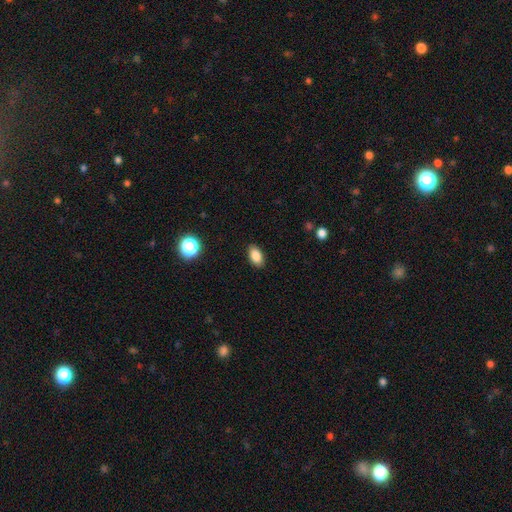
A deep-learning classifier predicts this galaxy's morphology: The model was most divided on "smooth or featured": smooth: 86%, star or artifact: 9%, featured or disk: 5%. More confident: how rounded — in between (91%); merging — none (88%).